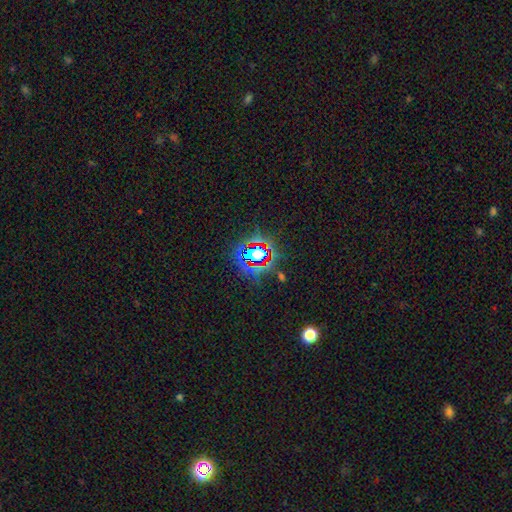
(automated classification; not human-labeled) Smooth or featured? Predicted: star or artifact (p=0.70).